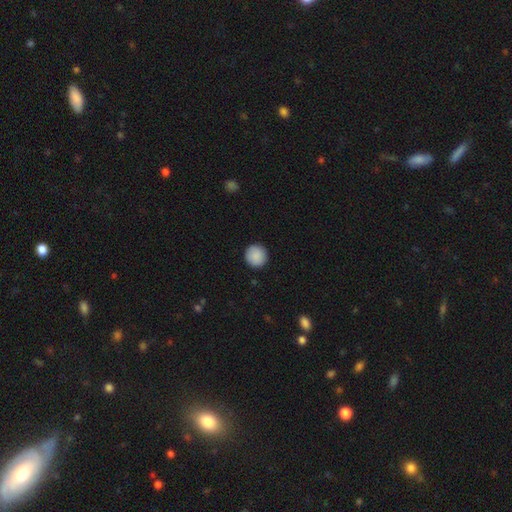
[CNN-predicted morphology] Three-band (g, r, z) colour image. It shows a smooth galaxy with no disk features (90%) that is round (95%). Merging: none (92%).